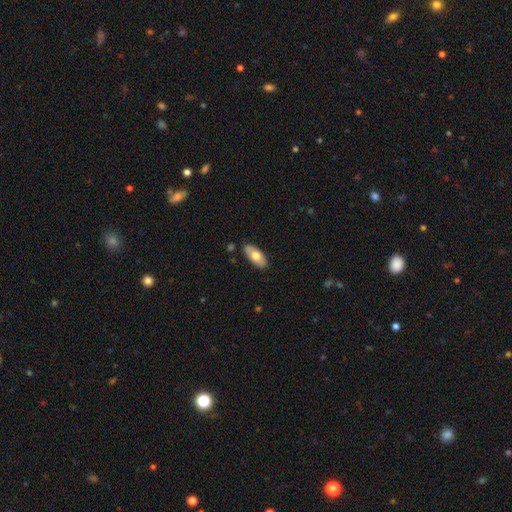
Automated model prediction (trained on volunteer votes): Smooth or featured? smooth (68%)
How rounded? in between (88%)
Merging? none (86%)